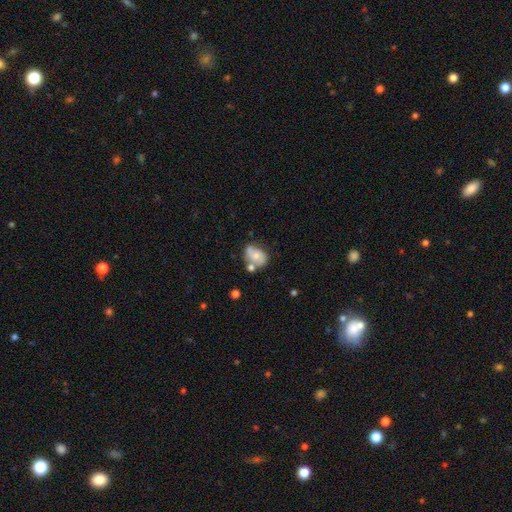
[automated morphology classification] Smooth or featured? smooth (46%)
Merging? none (43%)